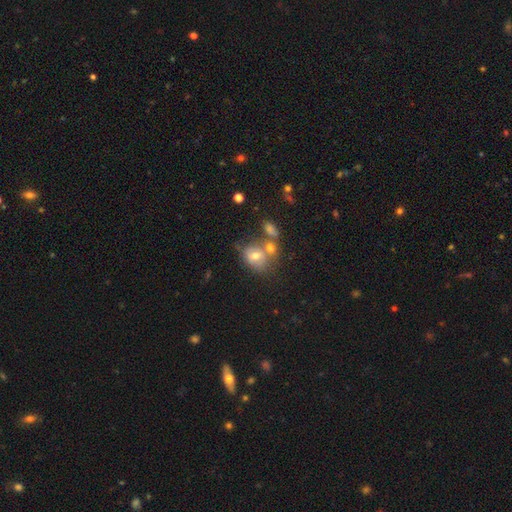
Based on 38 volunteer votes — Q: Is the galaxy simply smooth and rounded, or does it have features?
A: smooth — 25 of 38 (66%).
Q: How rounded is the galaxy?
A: round — 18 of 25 (72%).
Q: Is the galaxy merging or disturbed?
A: none — 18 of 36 (50%).